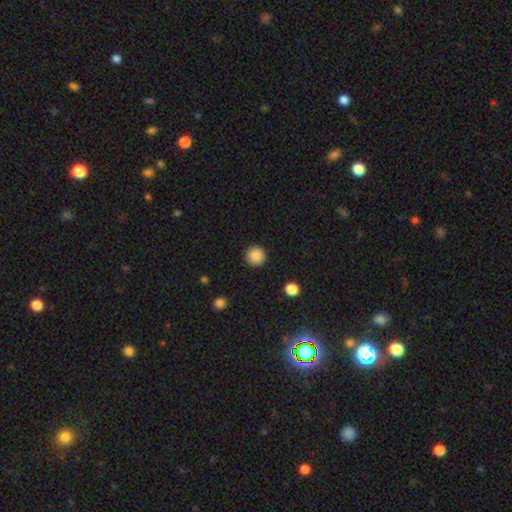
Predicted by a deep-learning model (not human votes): smooth_or_featured: smooth (p=0.88) [alt: star or artifact p=0.09]
how_rounded: round (p=0.96) [alt: in between p=0.03]
merging: none (p=0.92) [alt: minor disturbance p=0.05]